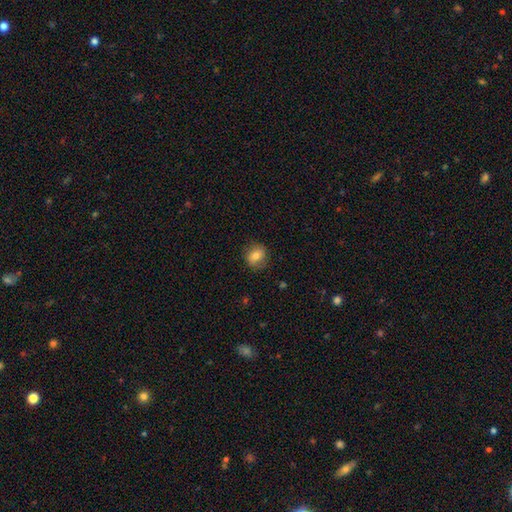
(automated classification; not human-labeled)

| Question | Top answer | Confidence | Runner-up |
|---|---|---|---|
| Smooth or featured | smooth | 74% | featured or disk (16%) |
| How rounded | round | 75% | in between (24%) |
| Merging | none | 83% | minor disturbance (13%) |